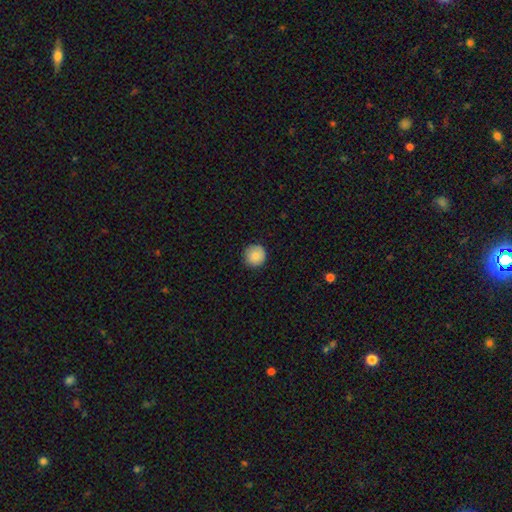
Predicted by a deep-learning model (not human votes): This is clearly a smooth galaxy (83%). How rounded: clearly round (96%). Merging: clearly none (89%).